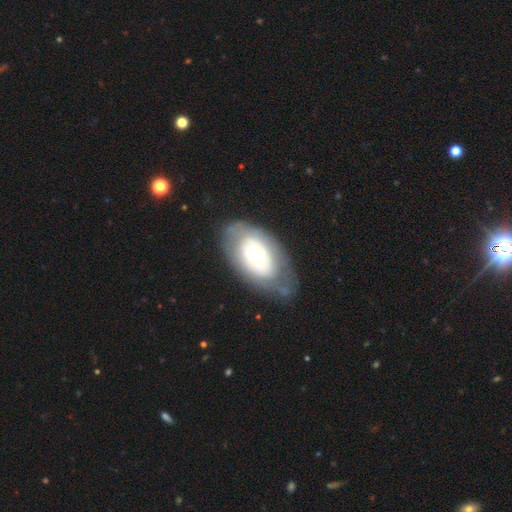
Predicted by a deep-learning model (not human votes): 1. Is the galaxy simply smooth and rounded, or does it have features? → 60% featured or disk, 34% smooth, 6% star or artifact.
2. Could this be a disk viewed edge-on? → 93% no, 7% yes.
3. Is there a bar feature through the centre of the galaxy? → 83% no, 13% weak, 4% strong.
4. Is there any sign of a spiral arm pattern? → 58% no, 42% yes.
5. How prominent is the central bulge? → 58% moderate, 22% small, 17% large, 2% dominant, 1% none.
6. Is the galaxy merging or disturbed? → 66% none, 22% minor disturbance, 10% major disturbance, 2% merger.